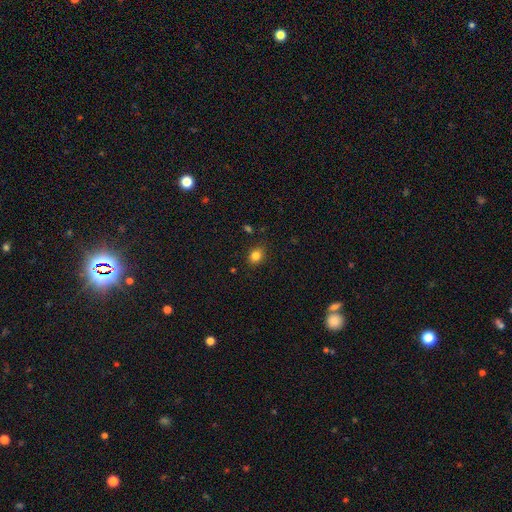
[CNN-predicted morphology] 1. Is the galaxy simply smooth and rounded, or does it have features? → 83% smooth, 11% star or artifact, 6% featured or disk.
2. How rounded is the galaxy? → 50% in between, 49% round, 1% cigar-shaped.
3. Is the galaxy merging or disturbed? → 86% none, 10% minor disturbance, 2% major disturbance, 2% merger.